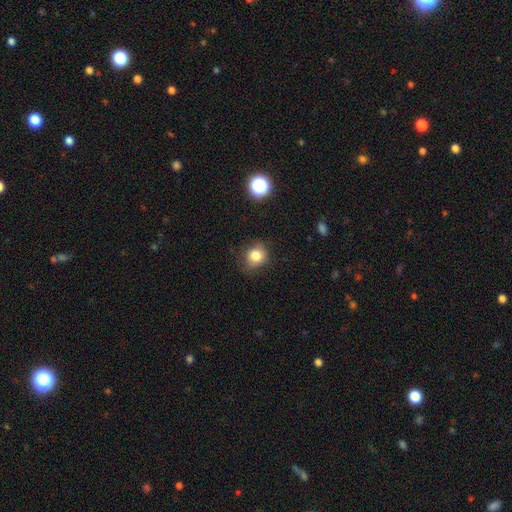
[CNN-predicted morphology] Smooth or featured? Predicted: smooth (p=0.81). How rounded? Predicted: round (p=0.78). Merging? Predicted: none (p=0.74).